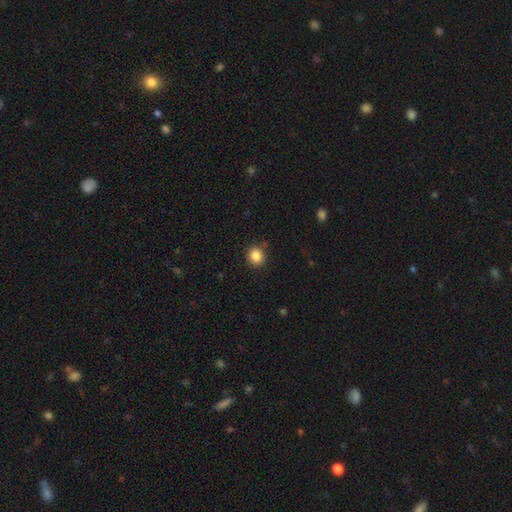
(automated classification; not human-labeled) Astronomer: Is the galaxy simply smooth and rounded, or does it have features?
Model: smooth — 86%.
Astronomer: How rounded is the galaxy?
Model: round — 84%.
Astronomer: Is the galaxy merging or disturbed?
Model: none — 87%.